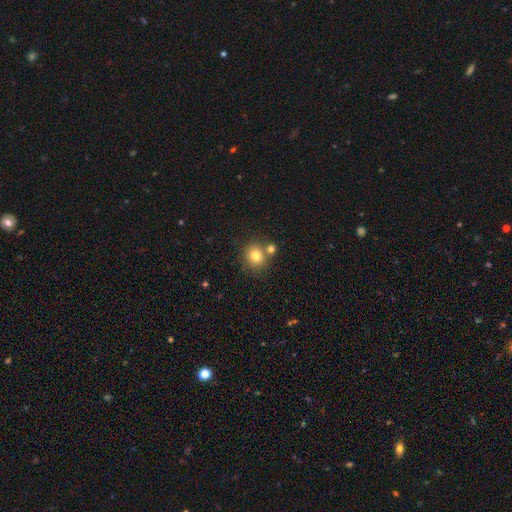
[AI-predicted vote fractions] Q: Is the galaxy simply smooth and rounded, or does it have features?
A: smooth — 79%.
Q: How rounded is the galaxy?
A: round — 83%.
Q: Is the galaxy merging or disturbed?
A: none — 66%.